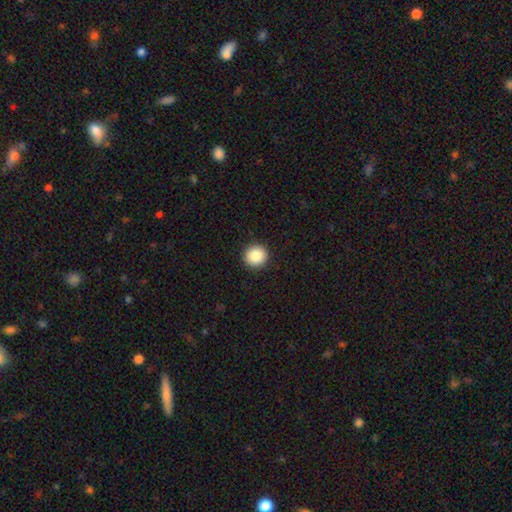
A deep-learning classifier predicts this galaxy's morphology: A smooth galaxy with no disk features (87%) that is round (93%).

Vote fractions:
- Smooth or featured? smooth: 87% / star or artifact: 9% / featured or disk: 5%
- How rounded? round: 93% / in between: 6% / cigar-shaped: 1%
- Merging? none: 93% / minor disturbance: 5% / major disturbance: 1% / merger: 1%